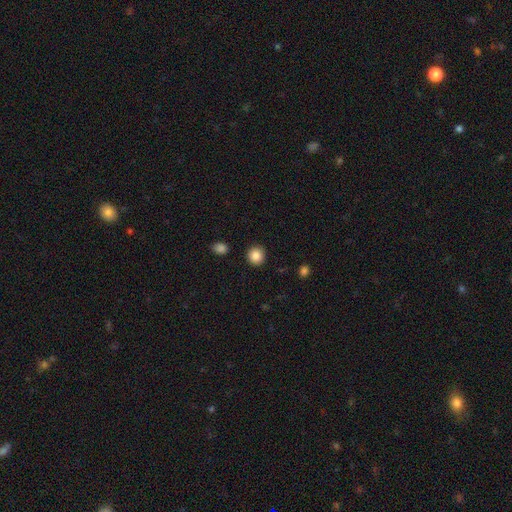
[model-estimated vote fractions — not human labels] The model was most divided on "smooth or featured": smooth: 87%, star or artifact: 9%, featured or disk: 4%. More confident: how rounded — round (92%); merging — none (91%).